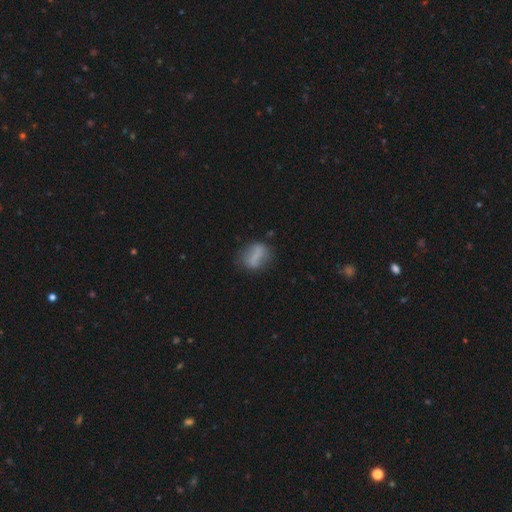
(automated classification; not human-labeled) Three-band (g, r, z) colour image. It shows a smooth galaxy with no disk features (64%) that is in between round and cigar-shaped (59%). Merging: none (67%).